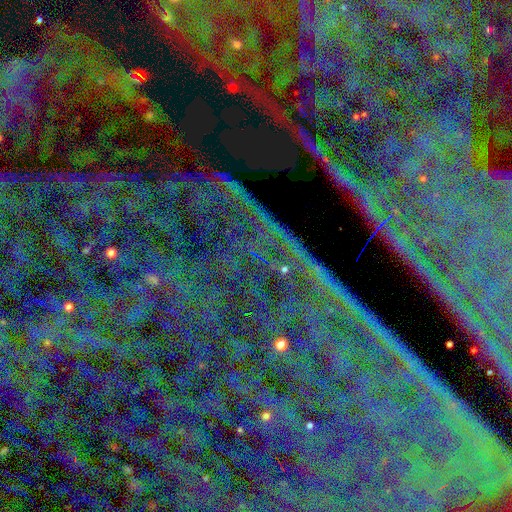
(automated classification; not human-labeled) This is clearly a star or artifact rather than a galaxy (83%).